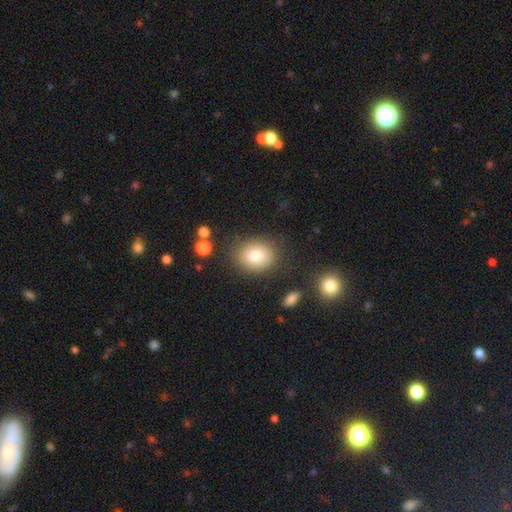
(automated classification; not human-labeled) A smooth galaxy with no disk features (82%) that is in between round and cigar-shaped (50%).

Vote fractions:
- Smooth or featured? smooth: 82% / featured or disk: 9% / star or artifact: 9%
- How rounded? in between: 50% / round: 49% / cigar-shaped: 1%
- Merging? none: 80% / minor disturbance: 12% / major disturbance: 4% / merger: 3%